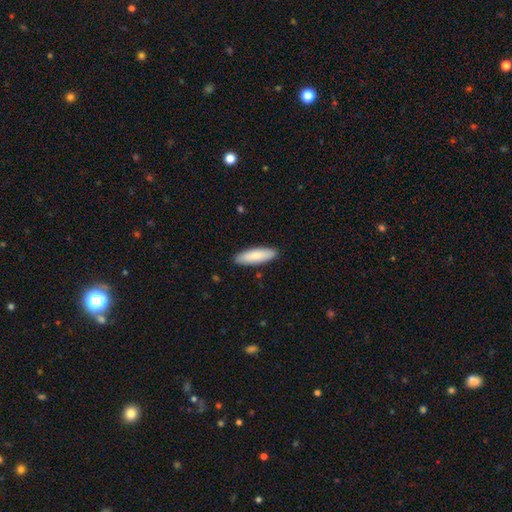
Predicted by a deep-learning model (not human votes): This appears to be a smooth galaxy with no disk features (83%) that is cigar-shaped (50%). Merging: none (89%).